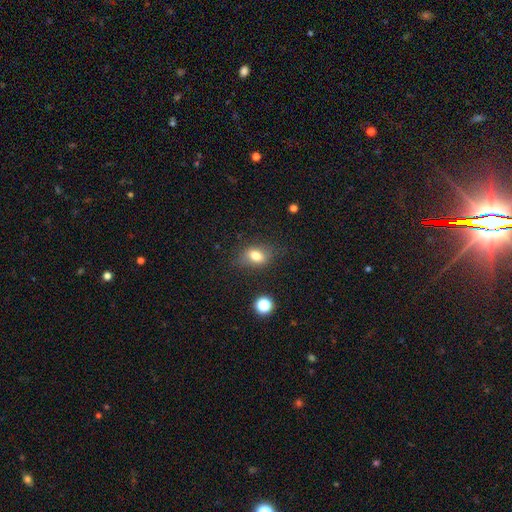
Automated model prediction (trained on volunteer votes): Morphology: type=smooth (76%); roundness=in between (76%); merging=none (74%).